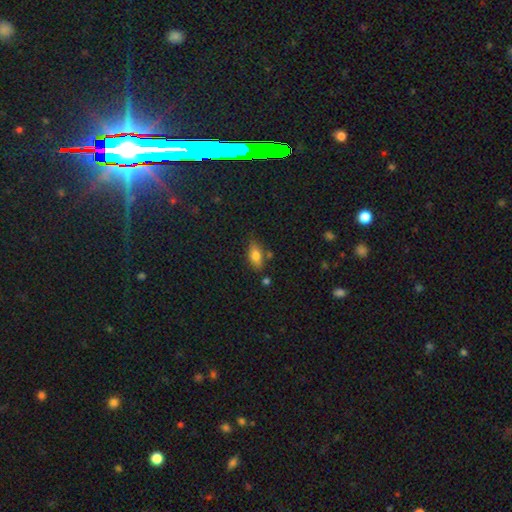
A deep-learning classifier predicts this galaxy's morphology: Smooth or featured? smooth (75%)
How rounded? in between (83%)
Merging? none (74%)